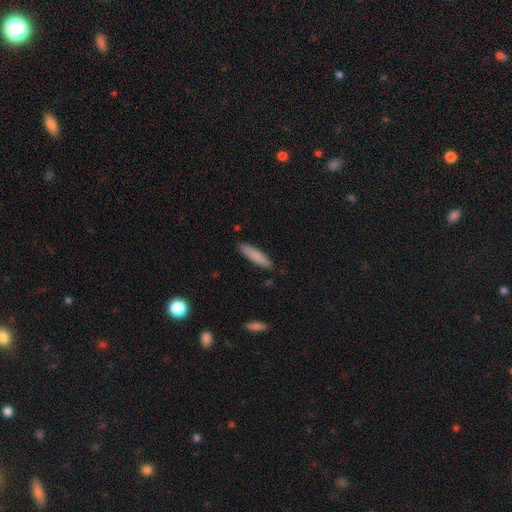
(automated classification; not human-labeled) A smooth galaxy with no disk features (83%) that is cigar-shaped (77%).

Vote fractions:
- Smooth or featured? smooth: 83% / featured or disk: 11% / star or artifact: 6%
- How rounded? cigar-shaped: 77% / in between: 21% / round: 1%
- Merging? none: 88% / minor disturbance: 9% / major disturbance: 2% / merger: 1%